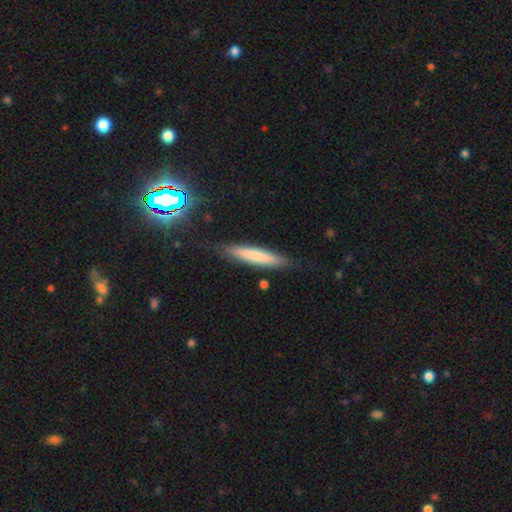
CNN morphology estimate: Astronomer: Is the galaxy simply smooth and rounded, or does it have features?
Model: smooth — 69%.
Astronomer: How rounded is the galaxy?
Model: cigar-shaped — 90%.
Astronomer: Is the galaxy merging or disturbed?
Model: none — 83%.